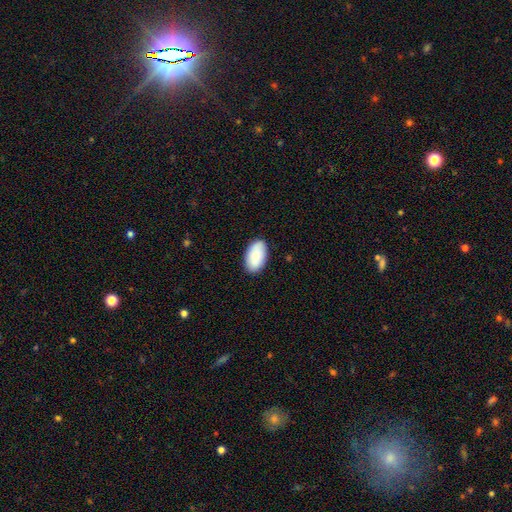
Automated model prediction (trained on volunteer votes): smooth 88%, featured or disk 7%, star or artifact 6%. Down the decision tree: how rounded — in between (96%); merging — none (88%).